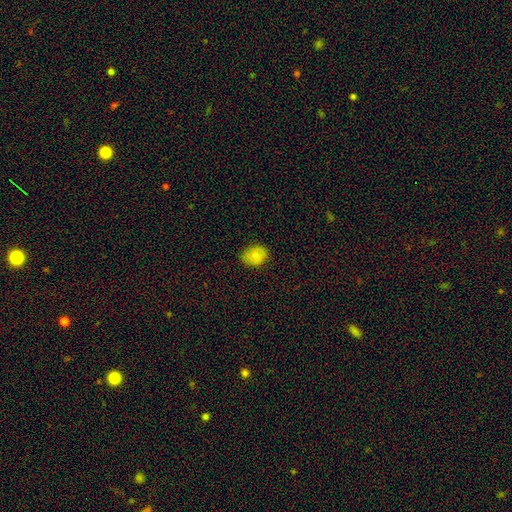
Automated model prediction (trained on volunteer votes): Smooth or featured? Predicted: smooth (p=0.81). How rounded? Predicted: in between (p=0.59). Merging? Predicted: none (p=0.81).